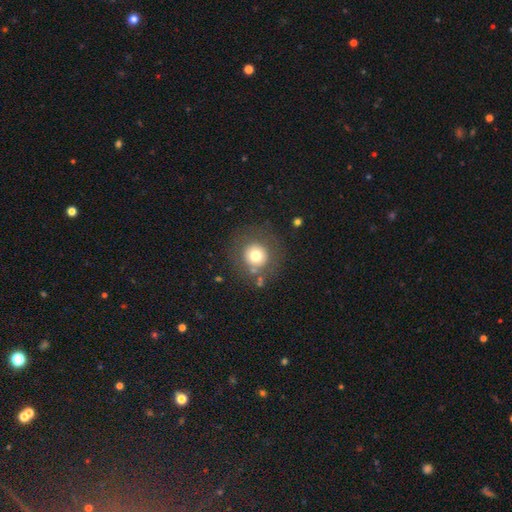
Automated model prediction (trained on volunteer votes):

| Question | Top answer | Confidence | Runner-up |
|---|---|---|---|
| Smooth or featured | smooth | 72% | featured or disk (16%) |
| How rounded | round | 94% | in between (5%) |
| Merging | none | 80% | minor disturbance (11%) |